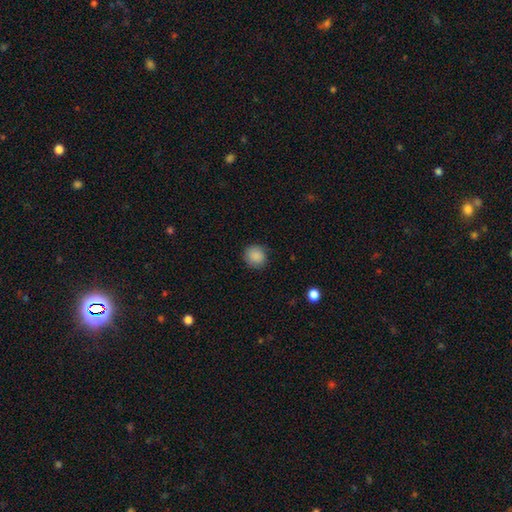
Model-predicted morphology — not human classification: Smooth or featured? smooth (88%)
How rounded? round (87%)
Merging? none (87%)